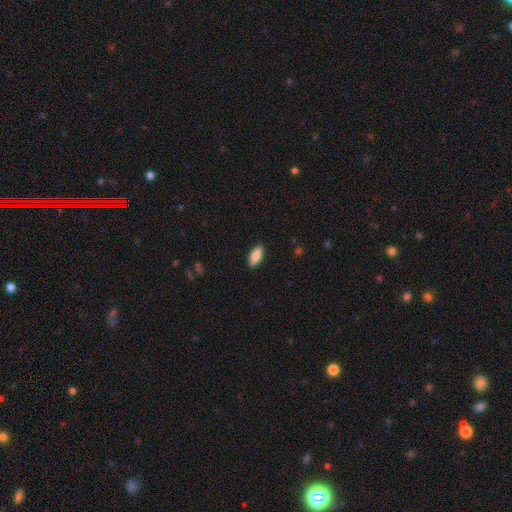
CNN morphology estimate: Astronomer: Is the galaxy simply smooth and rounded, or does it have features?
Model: smooth — 87%.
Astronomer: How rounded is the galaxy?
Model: in between — 82%.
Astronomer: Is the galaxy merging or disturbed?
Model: none — 89%.